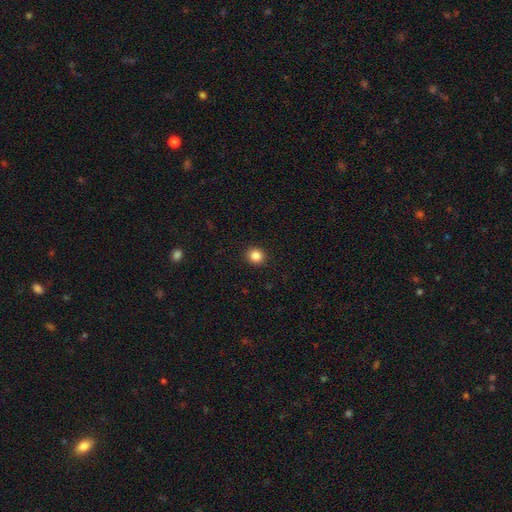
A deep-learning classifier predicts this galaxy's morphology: smooth 85%, star or artifact 11%, featured or disk 4%. Down the decision tree: how rounded — round (89%); merging — none (92%).